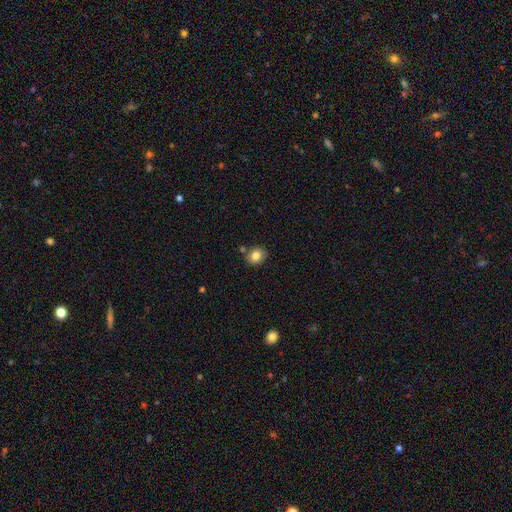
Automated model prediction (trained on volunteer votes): Smooth or featured: smooth — 82% (star or artifact — 10%)
How rounded: round — 67% (in between — 32%)
Merging: none — 78% (minor disturbance — 12%)